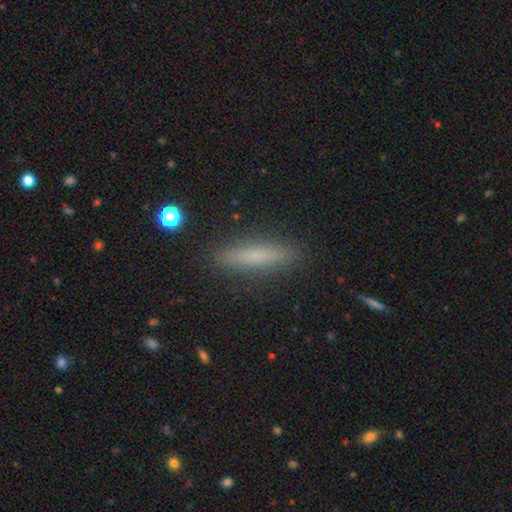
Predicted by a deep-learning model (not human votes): smooth-or-featured: smooth: 65% | featured or disk: 26% | star or artifact: 9%
  how-rounded: cigar-shaped: 88% | in between: 11% | round: 2%
  merging: none: 90% | minor disturbance: 7% | major disturbance: 2% | merger: 1%